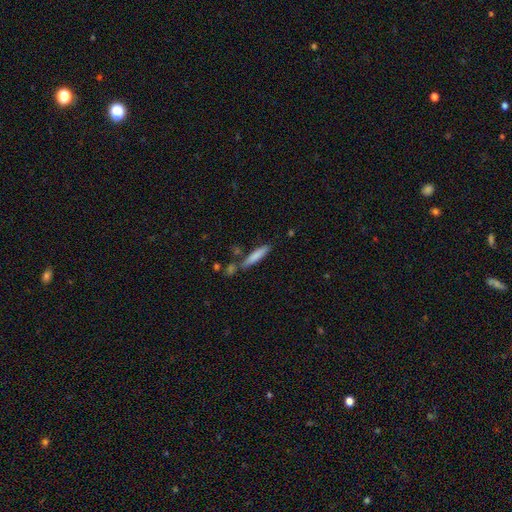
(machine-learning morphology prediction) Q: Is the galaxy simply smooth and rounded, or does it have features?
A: smooth — 77%.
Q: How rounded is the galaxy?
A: cigar-shaped — 88%.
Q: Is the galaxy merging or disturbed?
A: none — 72%.